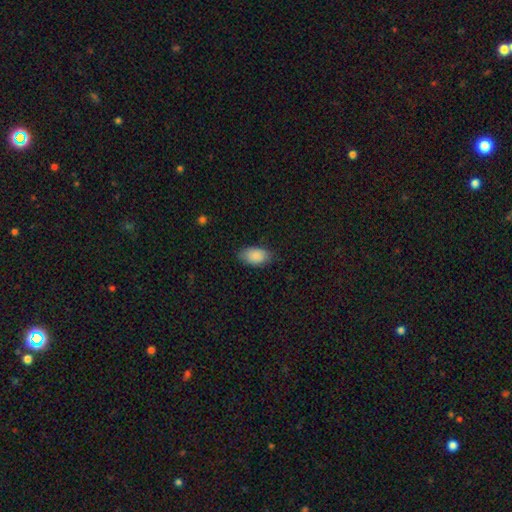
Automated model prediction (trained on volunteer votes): The model was most divided on "merging": none: 80%, minor disturbance: 16%, major disturbance: 3%, merger: 1%. More confident: how rounded — in between (93%); smooth or featured — smooth (89%).